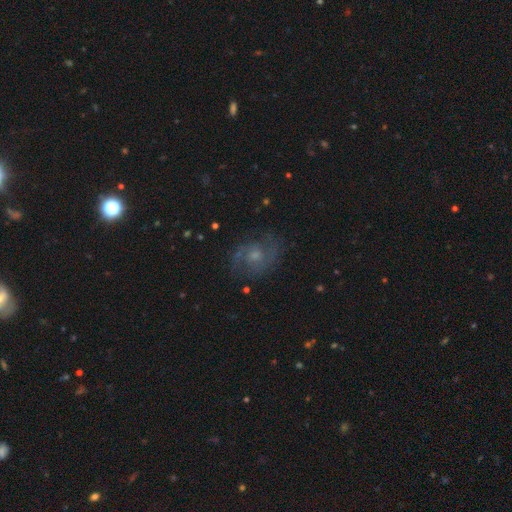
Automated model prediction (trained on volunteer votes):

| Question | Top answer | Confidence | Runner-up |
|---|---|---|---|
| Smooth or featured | featured or disk | 70% | smooth (18%) |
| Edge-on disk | no | 97% | yes (3%) |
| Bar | no | 70% | weak (27%) |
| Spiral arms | yes | 91% | no (9%) |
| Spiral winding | medium | 52% | tight (26%) |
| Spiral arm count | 2 | 76% | can't tell (13%) |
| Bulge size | moderate | 47% | small (41%) |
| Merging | none | 75% | minor disturbance (16%) |